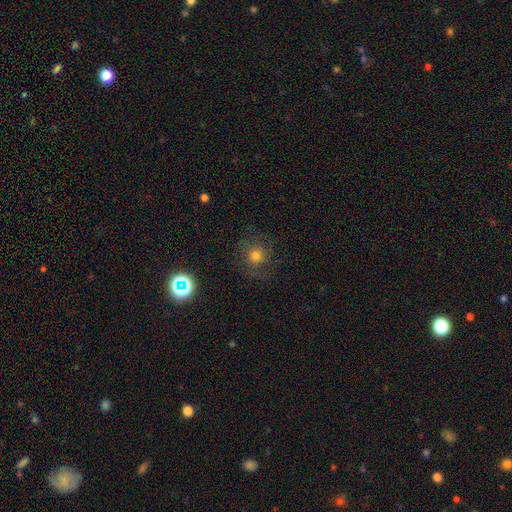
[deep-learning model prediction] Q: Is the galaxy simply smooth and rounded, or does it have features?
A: smooth — 63%.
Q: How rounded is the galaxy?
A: round — 91%.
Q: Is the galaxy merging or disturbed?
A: none — 77%.